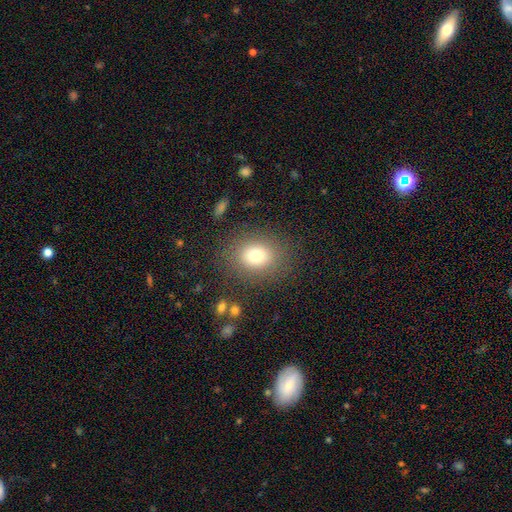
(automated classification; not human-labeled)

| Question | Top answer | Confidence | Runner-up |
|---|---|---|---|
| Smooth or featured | smooth | 75% | featured or disk (13%) |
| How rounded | round | 54% | in between (45%) |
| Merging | none | 82% | minor disturbance (10%) |